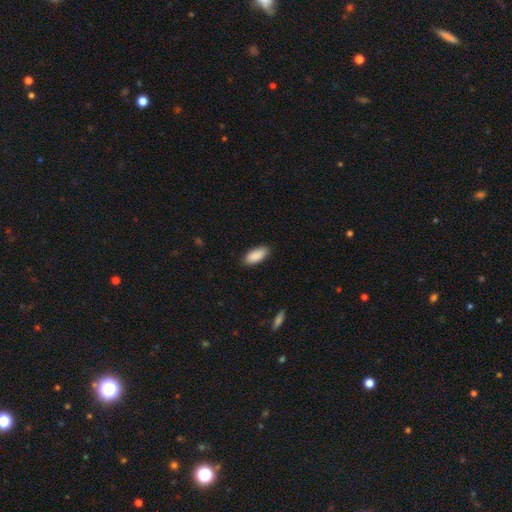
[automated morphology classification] smooth-or-featured: smooth: 91% | star or artifact: 6% | featured or disk: 3%
  how-rounded: in between: 88% | cigar-shaped: 11% | round: 2%
  merging: none: 87% | minor disturbance: 10% | major disturbance: 2% | merger: 1%